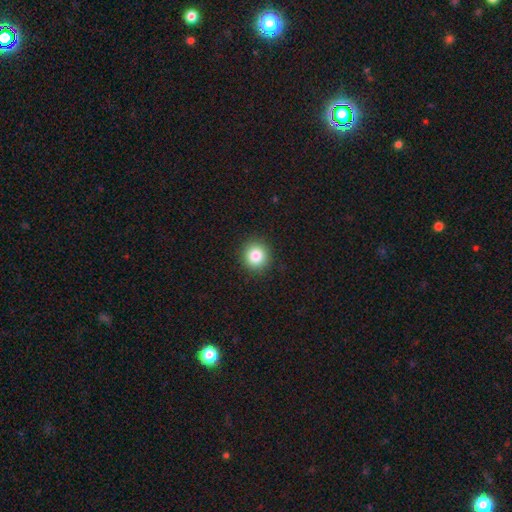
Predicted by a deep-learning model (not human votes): smooth_or_featured: smooth (p=0.84) [alt: star or artifact p=0.11]
how_rounded: round (p=0.91) [alt: in between p=0.08]
merging: none (p=0.91) [alt: minor disturbance p=0.06]